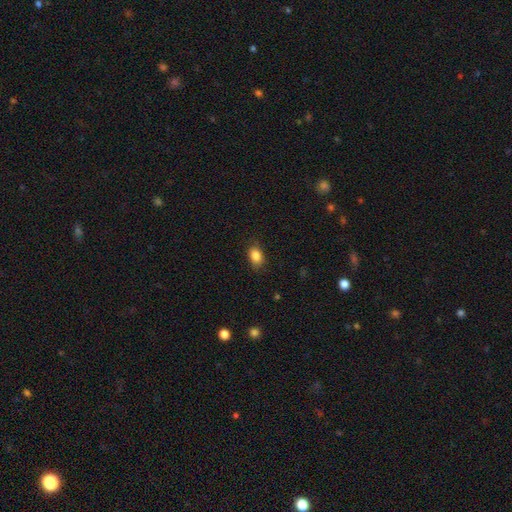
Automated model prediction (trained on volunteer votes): A smooth galaxy with no disk features (86%) that is in between round and cigar-shaped (81%). Merging: none (83%).